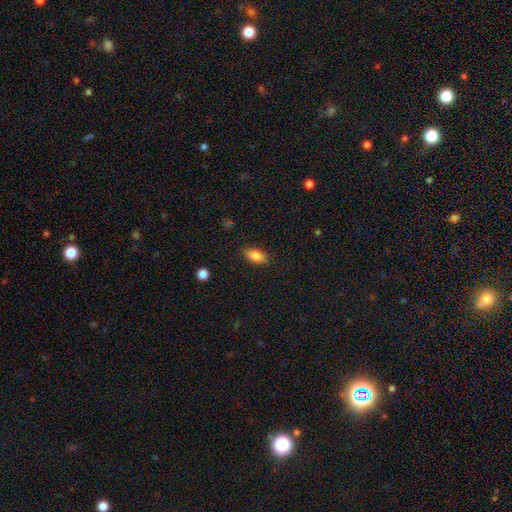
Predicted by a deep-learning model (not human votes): smooth_or_featured: smooth (p=0.85) [alt: star or artifact p=0.08]
how_rounded: in between (p=0.88) [alt: cigar-shaped p=0.07]
merging: none (p=0.85) [alt: minor disturbance p=0.11]